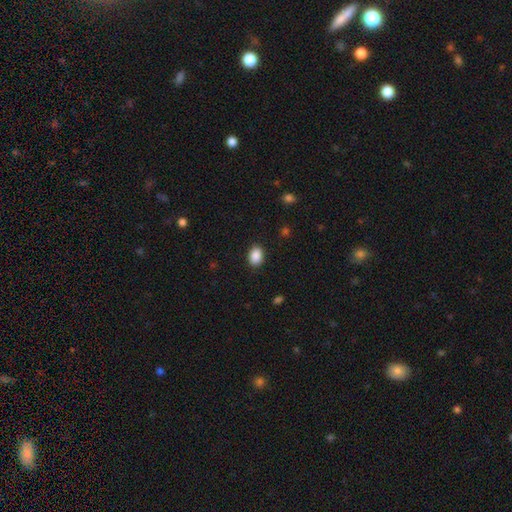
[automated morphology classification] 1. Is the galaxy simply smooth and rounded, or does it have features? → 89% smooth, 8% star or artifact, 3% featured or disk.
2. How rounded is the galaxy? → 74% in between, 25% round, 1% cigar-shaped.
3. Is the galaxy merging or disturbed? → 88% none, 8% minor disturbance, 2% major disturbance, 1% merger.